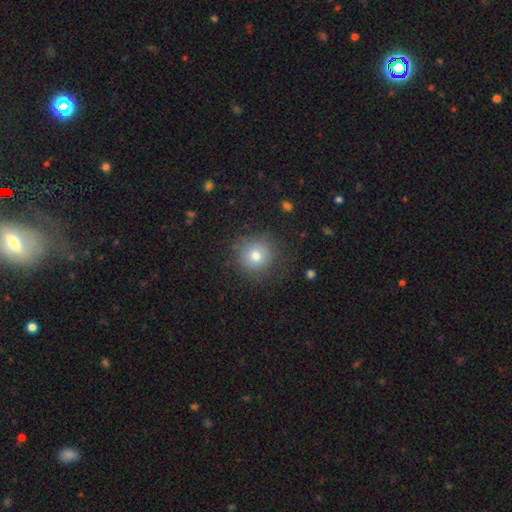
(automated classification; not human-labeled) smooth_or_featured: smooth (p=0.76) [alt: star or artifact p=0.13]
how_rounded: round (p=0.93) [alt: in between p=0.06]
merging: none (p=0.82) [alt: minor disturbance p=0.12]